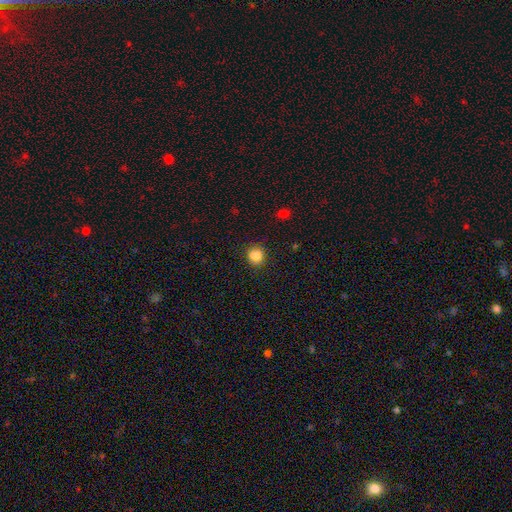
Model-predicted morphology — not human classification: Smooth or featured: smooth — 81% (star or artifact — 12%)
How rounded: round — 78% (in between — 21%)
Merging: none — 71% (minor disturbance — 15%)